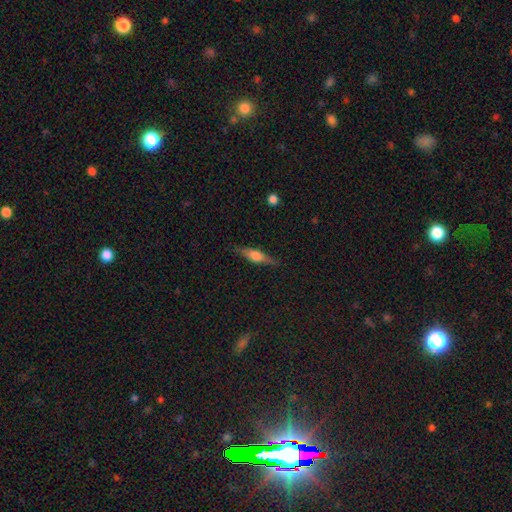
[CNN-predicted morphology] Smooth or featured?
  - featured or disk: 53% *
  - smooth: 41%
  - star or artifact: 7%
Edge-on disk?
  - yes: 94% *
  - no: 6%
Merging?
  - none: 84% *
  - minor disturbance: 12%
  - major disturbance: 3%
  - merger: 1%